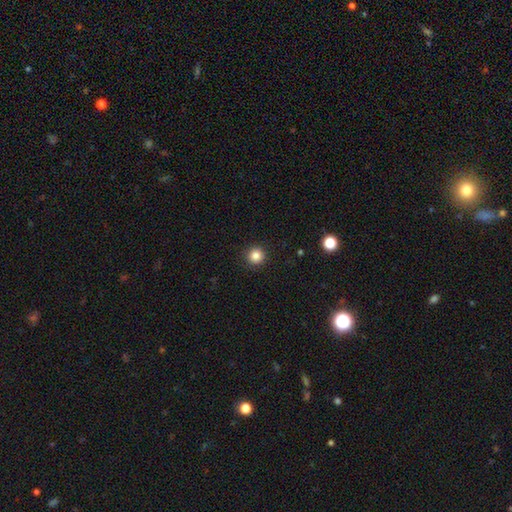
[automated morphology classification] The model was most divided on "smooth or featured": smooth: 85%, star or artifact: 11%, featured or disk: 4%. More confident: how rounded — round (95%); merging — none (92%).